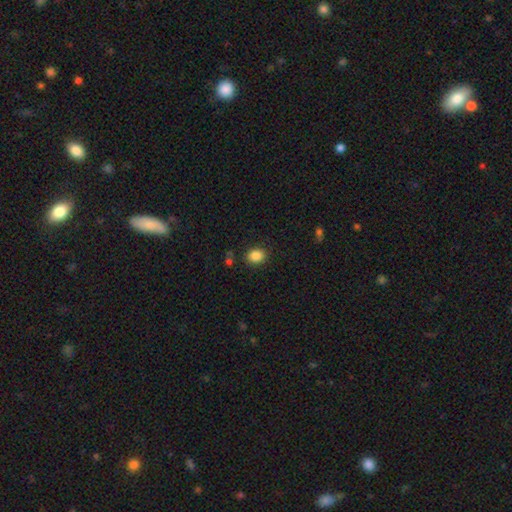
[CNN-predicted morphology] A smooth galaxy with no disk features (86%) that is in between round and cigar-shaped (54%). Merging: none (85%).